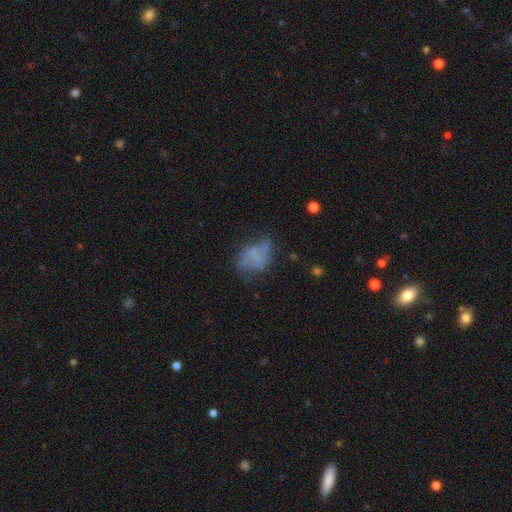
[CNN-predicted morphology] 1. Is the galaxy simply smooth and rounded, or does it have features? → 46% smooth, 39% featured or disk, 14% star or artifact.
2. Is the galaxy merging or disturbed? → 42% none, 28% minor disturbance, 26% major disturbance, 5% merger.